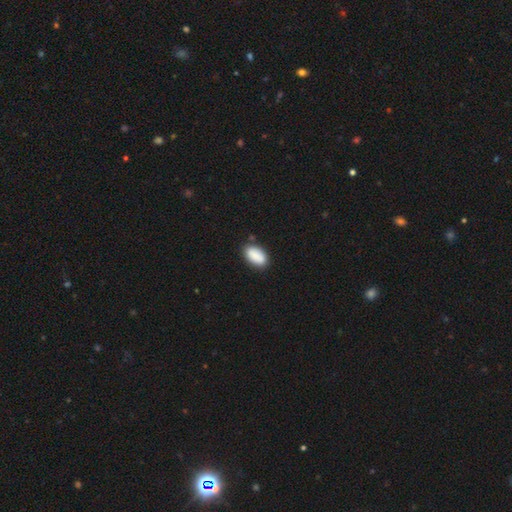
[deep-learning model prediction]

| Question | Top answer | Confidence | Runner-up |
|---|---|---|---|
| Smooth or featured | smooth | 89% | star or artifact (7%) |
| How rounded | in between | 94% | round (3%) |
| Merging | none | 84% | minor disturbance (11%) |